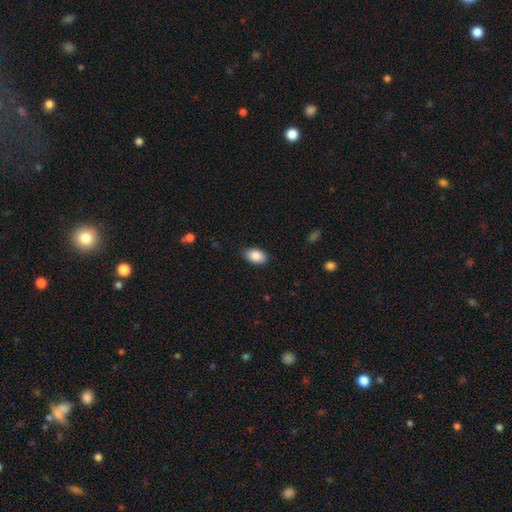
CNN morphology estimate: Smooth or featured?
  - smooth: 87% *
  - star or artifact: 7%
  - featured or disk: 6%
How rounded?
  - in between: 91% *
  - round: 8%
  - cigar-shaped: 1%
Merging?
  - none: 84% *
  - minor disturbance: 12%
  - major disturbance: 2%
  - merger: 1%